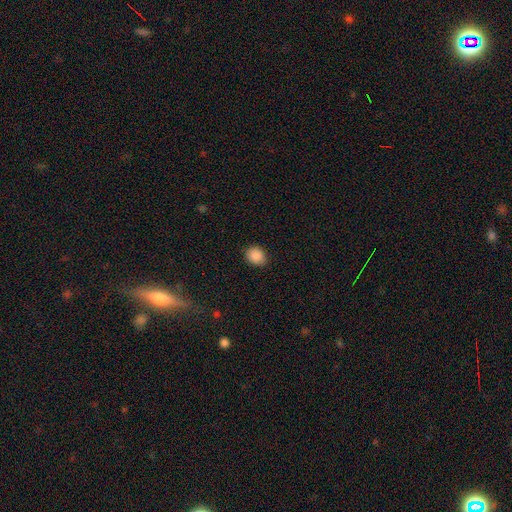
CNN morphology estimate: Smooth or featured?
  - smooth: 88% *
  - star or artifact: 9%
  - featured or disk: 3%
How rounded?
  - round: 59% *
  - in between: 40%
  - cigar-shaped: 1%
Merging?
  - none: 85% *
  - minor disturbance: 11%
  - major disturbance: 3%
  - merger: 1%